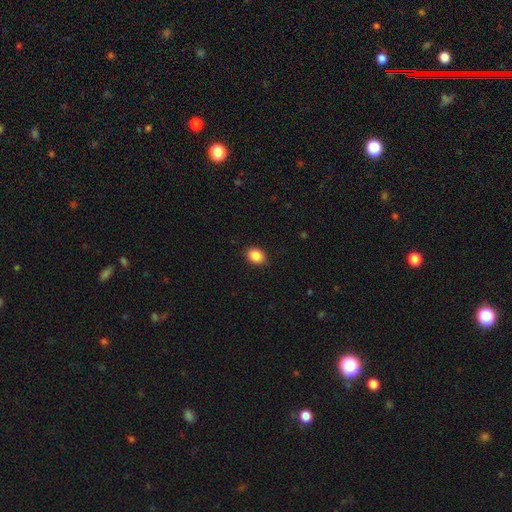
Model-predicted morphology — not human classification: Smooth or featured? Predicted: smooth (p=0.88). How rounded? Predicted: in between (p=0.62). Merging? Predicted: none (p=0.89).